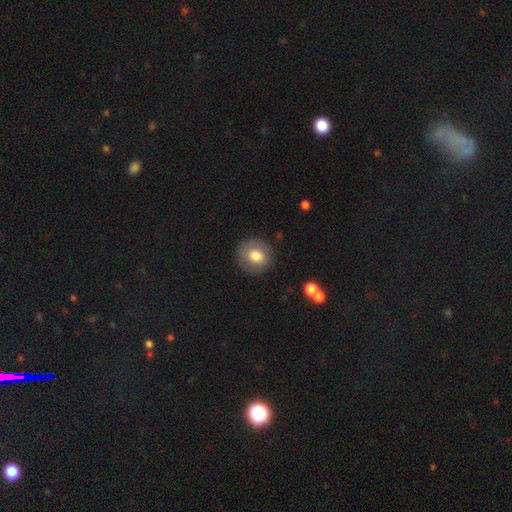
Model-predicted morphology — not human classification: smooth-or-featured: smooth: 78% | featured or disk: 14% | star or artifact: 8%
  how-rounded: round: 86% | in between: 13% | cigar-shaped: 1%
  merging: none: 86% | minor disturbance: 9% | major disturbance: 3% | merger: 2%